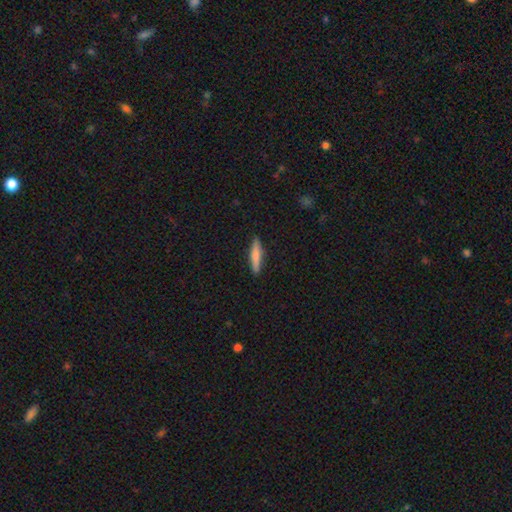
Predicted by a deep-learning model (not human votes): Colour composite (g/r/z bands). It shows a smooth galaxy with no disk features (72%) that is cigar-shaped (88%). Merging: none (90%).